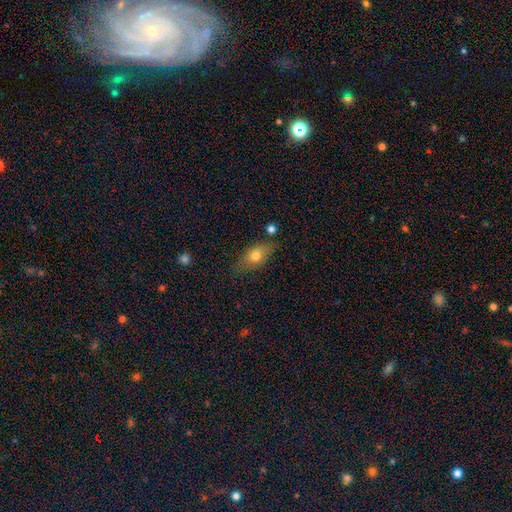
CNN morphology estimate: Smooth or featured?
  - smooth: 67% *
  - featured or disk: 24%
  - star or artifact: 9%
How rounded?
  - in between: 76% *
  - cigar-shaped: 15%
  - round: 9%
Merging?
  - none: 74% *
  - minor disturbance: 18%
  - major disturbance: 5%
  - merger: 4%